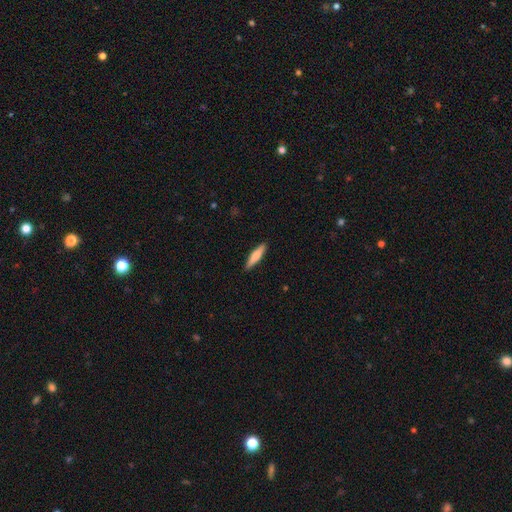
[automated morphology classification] Smooth or featured?
  - smooth: 67% *
  - featured or disk: 27%
  - star or artifact: 5%
How rounded?
  - cigar-shaped: 81% *
  - in between: 17%
  - round: 2%
Merging?
  - none: 90% *
  - minor disturbance: 7%
  - major disturbance: 2%
  - merger: 1%